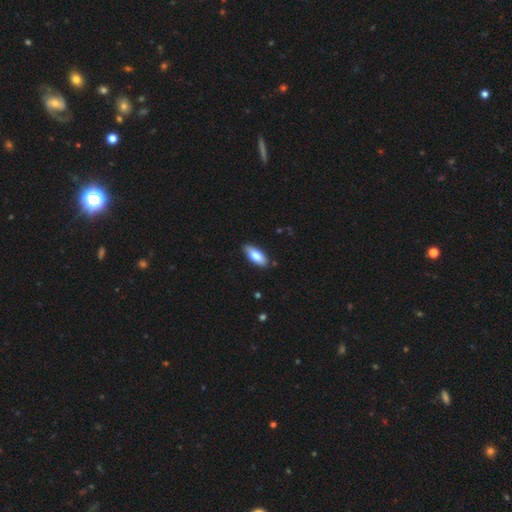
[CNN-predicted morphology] Q: Smooth or featured?
A: smooth (79%); runner-up: featured or disk (15%)
Q: How rounded?
A: in between (77%); runner-up: cigar-shaped (21%)
Q: Merging?
A: none (84%); runner-up: minor disturbance (13%)